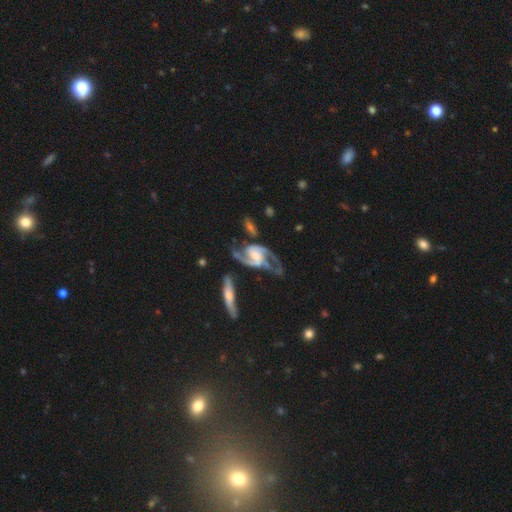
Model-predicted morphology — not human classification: A featured or disk galaxy (92%) with a weak bar (46%), 2 (91%) medium (56%) spiral arms (98%) and a moderate central bulge (45%).

Vote fractions:
- Smooth or featured? featured or disk: 92% / smooth: 4% / star or artifact: 4%
- Edge-on disk? no: 97% / yes: 3%
- Bar? weak: 46% / no: 33% / strong: 22%
- Spiral arms? yes: 98% / no: 2%
- Spiral winding? medium: 56% / loose: 28% / tight: 16%
- Spiral arm count? 2: 91% / can't tell: 3% / 3: 2% / 1: 2% / 4: 1% / more than 4: 1%
- Bulge size? moderate: 45% / small: 33% / large: 12% / none: 9% / dominant: 2%
- Merging? none: 54% / minor disturbance: 20% / major disturbance: 16% / merger: 10%